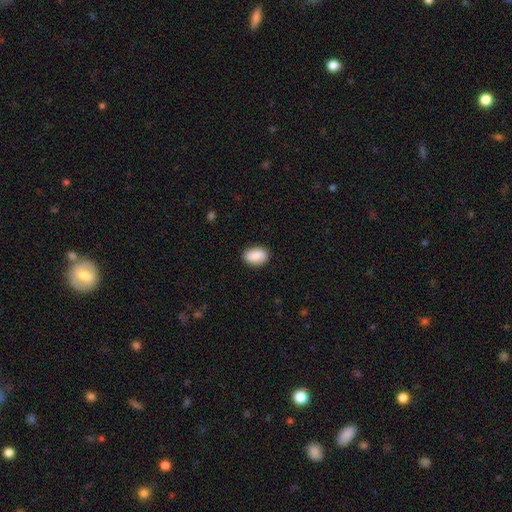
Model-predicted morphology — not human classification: type=smooth (88%); roundness=in between (88%); merging=none (85%).